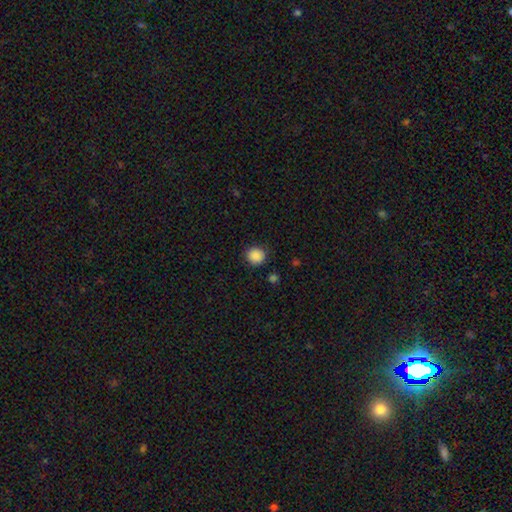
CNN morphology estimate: Q: Smooth or featured?
A: smooth (88%); runner-up: star or artifact (10%)
Q: How rounded?
A: round (93%); runner-up: in between (6%)
Q: Merging?
A: none (89%); runner-up: minor disturbance (7%)